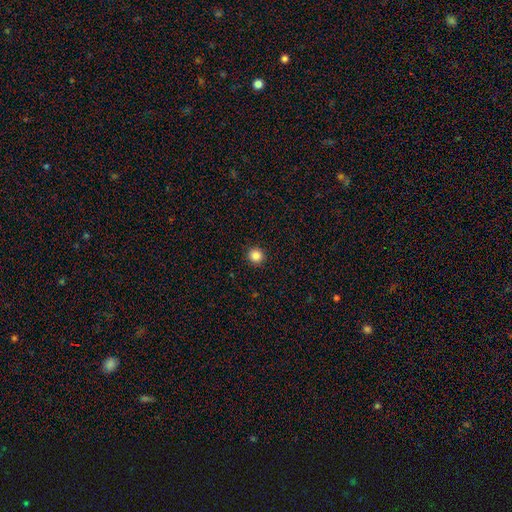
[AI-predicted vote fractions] Smooth or featured?
  - smooth: 86% *
  - star or artifact: 11%
  - featured or disk: 3%
How rounded?
  - round: 94% *
  - in between: 5%
  - cigar-shaped: 1%
Merging?
  - none: 93% *
  - minor disturbance: 5%
  - major disturbance: 2%
  - merger: 1%